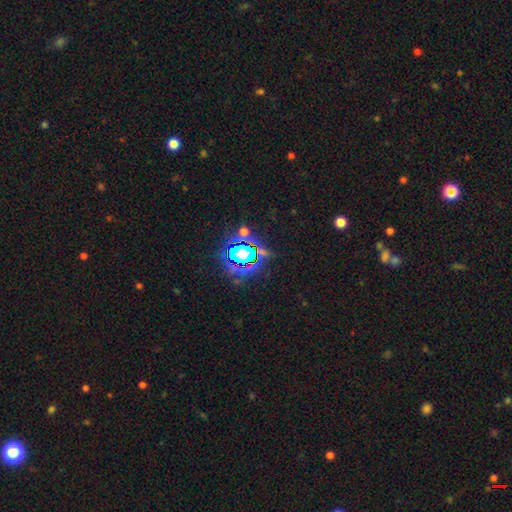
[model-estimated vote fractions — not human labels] Morphology: type=star or artifact (81%).